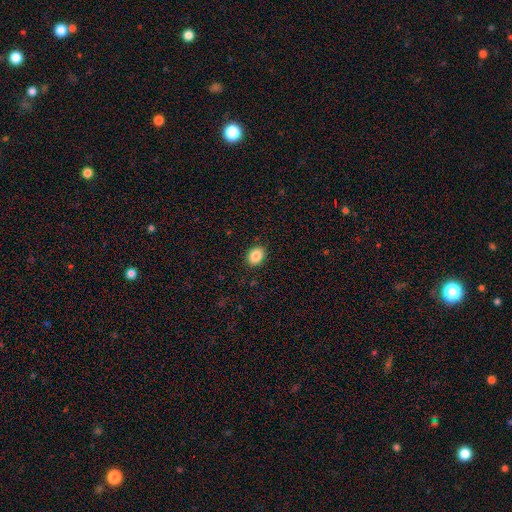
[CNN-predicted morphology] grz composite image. It shows a smooth galaxy with no disk features (87%) that is in between round and cigar-shaped (55%). Merging: none (89%).